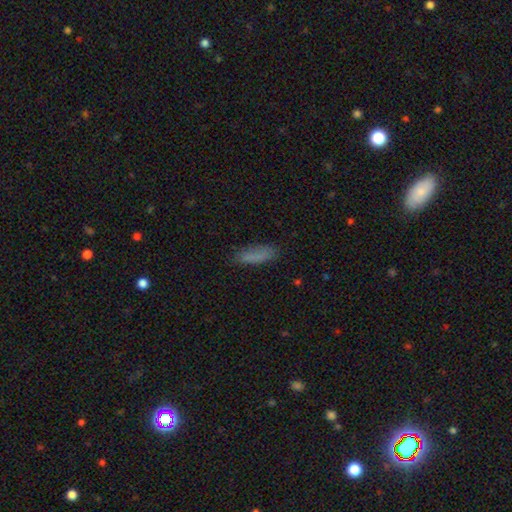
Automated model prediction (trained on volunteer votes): smooth-or-featured: smooth: 82% | featured or disk: 9% | star or artifact: 9%
  how-rounded: cigar-shaped: 58% | in between: 40% | round: 2%
  merging: none: 77% | minor disturbance: 17% | major disturbance: 4% | merger: 2%